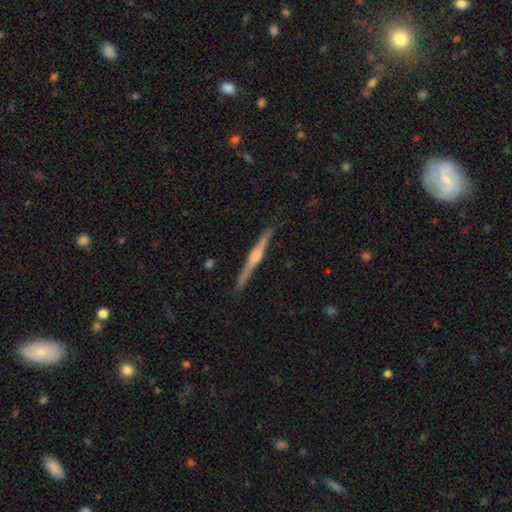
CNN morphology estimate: Q: Smooth or featured?
A: featured or disk (80%); runner-up: smooth (15%)
Q: Edge-on disk?
A: yes (98%); runner-up: no (2%)
Q: Edge-on bulge?
A: rounded (81%); runner-up: boxy (11%)
Q: Merging?
A: none (91%); runner-up: minor disturbance (7%)